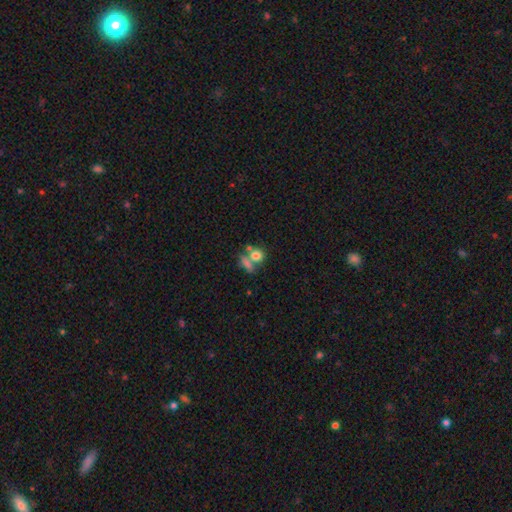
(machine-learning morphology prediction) smooth_or_featured: smooth (p=0.77) [alt: featured or disk p=0.12]
how_rounded: round (p=0.64) [alt: in between p=0.32]
merging: none (p=0.42) [alt: merger p=0.41]